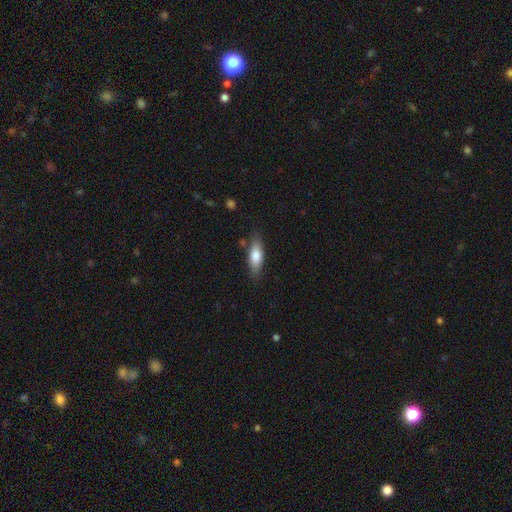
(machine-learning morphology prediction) Overall: smooth (76%). How rounded: in between (61%; cigar-shaped 37%). Merging: none (81%).